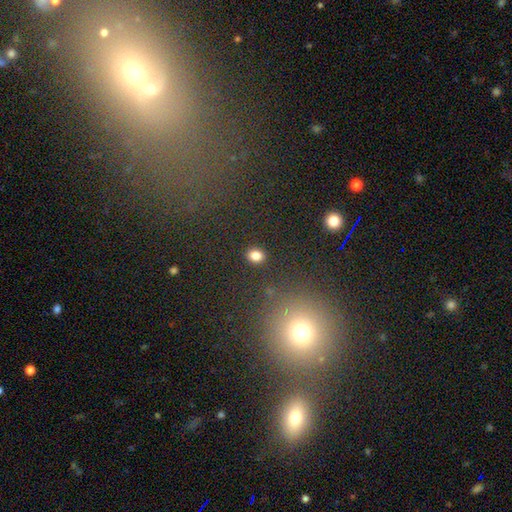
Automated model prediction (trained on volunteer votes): smooth-or-featured: smooth: 83% | star or artifact: 12% | featured or disk: 5%
  how-rounded: round: 52% | in between: 47% | cigar-shaped: 1%
  merging: none: 88% | minor disturbance: 7% | major disturbance: 2% | merger: 2%